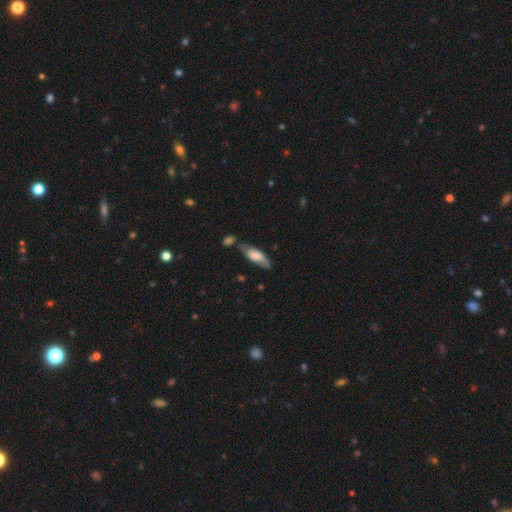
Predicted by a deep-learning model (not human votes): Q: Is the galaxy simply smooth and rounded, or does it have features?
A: smooth — 56%.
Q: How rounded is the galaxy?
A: in between — 63%.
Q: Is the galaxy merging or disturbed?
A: none — 59%.